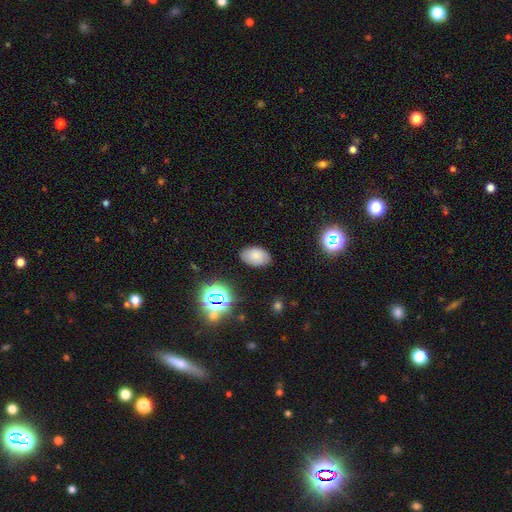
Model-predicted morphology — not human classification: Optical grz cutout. It shows a smooth galaxy with no disk features (74%) that is in between round and cigar-shaped (91%). Merging: none (81%).